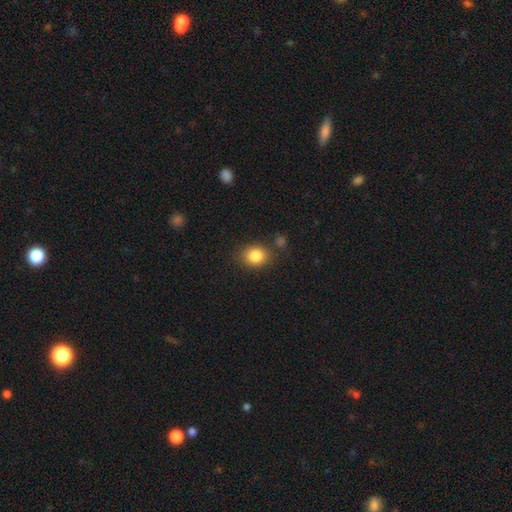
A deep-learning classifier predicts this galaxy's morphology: Q: Smooth or featured?
A: smooth (85%); runner-up: star or artifact (9%)
Q: How rounded?
A: round (54%); runner-up: in between (45%)
Q: Merging?
A: none (77%); runner-up: minor disturbance (13%)